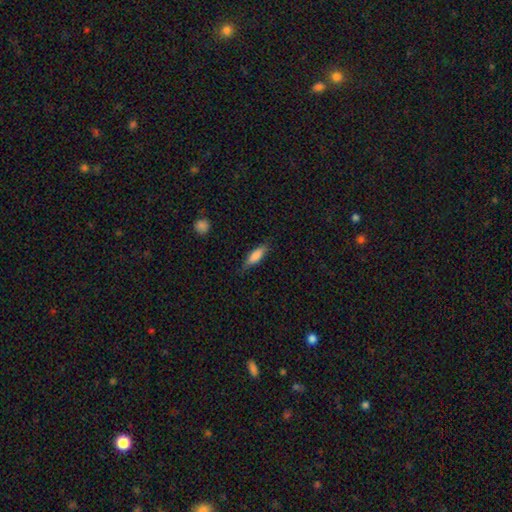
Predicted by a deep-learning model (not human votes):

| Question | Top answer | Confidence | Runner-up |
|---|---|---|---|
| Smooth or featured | smooth | 79% | featured or disk (15%) |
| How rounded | in between | 49% | tied: cigar-shaped (49%) |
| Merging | none | 79% | minor disturbance (17%) |